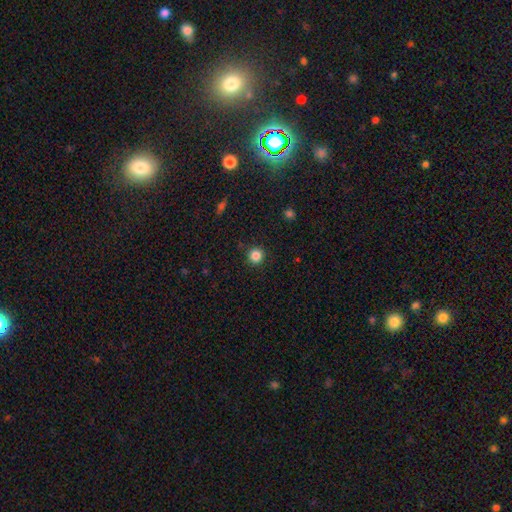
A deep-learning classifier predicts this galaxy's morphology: This is clearly a smooth galaxy (85%). How rounded: clearly round (95%). Merging: clearly none (91%).